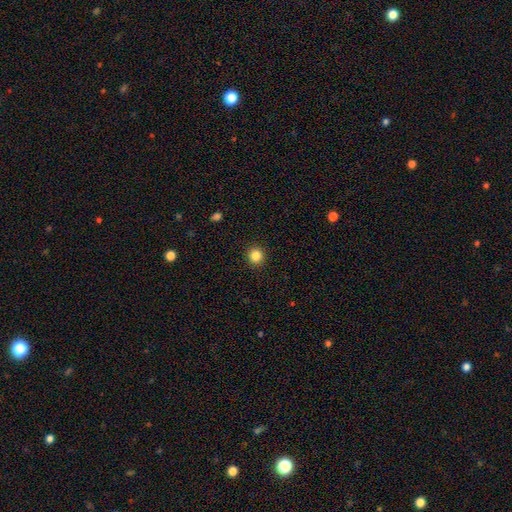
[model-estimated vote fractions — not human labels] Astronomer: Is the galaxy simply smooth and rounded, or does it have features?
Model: smooth — 85%.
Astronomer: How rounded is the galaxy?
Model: round — 92%.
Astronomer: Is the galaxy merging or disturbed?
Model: none — 92%.